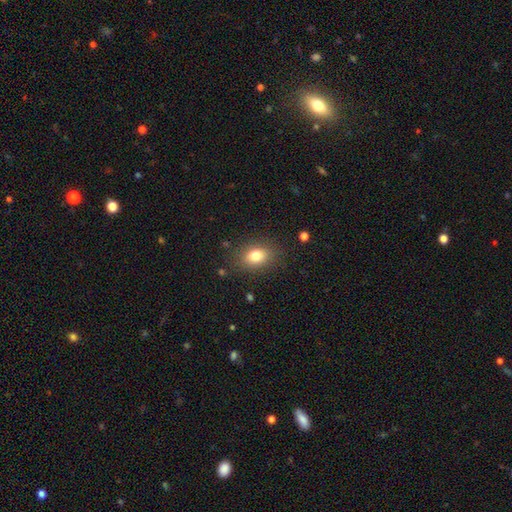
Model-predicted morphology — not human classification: This is clearly a smooth galaxy (80%). How rounded: likely in between (75%). Merging: clearly none (84%).